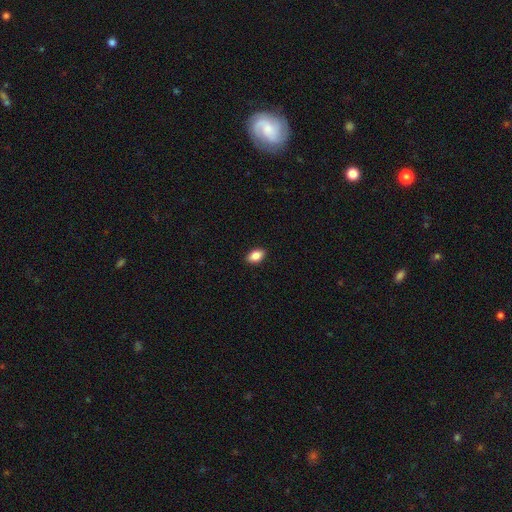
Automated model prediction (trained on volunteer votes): smooth 86%, star or artifact 8%, featured or disk 6%. Down the decision tree: how rounded — in between (89%); merging — none (89%).